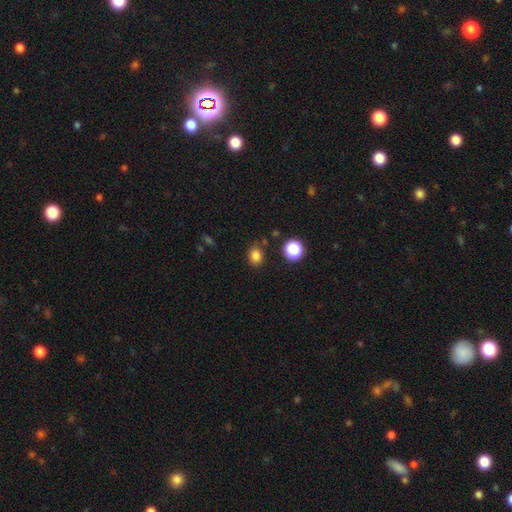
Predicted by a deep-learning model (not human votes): This is clearly a smooth galaxy (82%). How rounded: possibly round (57%). Merging: clearly none (82%).